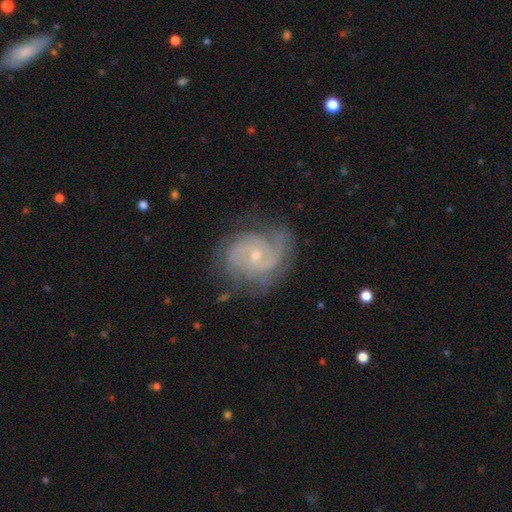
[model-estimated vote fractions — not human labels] Q: Smooth or featured?
A: featured or disk (88%); runner-up: smooth (7%)
Q: Edge-on disk?
A: no (98%); runner-up: yes (2%)
Q: Bar?
A: no (63%); runner-up: weak (32%)
Q: Spiral arms?
A: yes (97%); runner-up: no (3%)
Q: Spiral winding?
A: tight (51%); runner-up: medium (40%)
Q: Spiral arm count?
A: 2 (53%); runner-up: 3 (18%)
Q: Bulge size?
A: small (69%); runner-up: moderate (28%)
Q: Merging?
A: none (72%); runner-up: minor disturbance (19%)